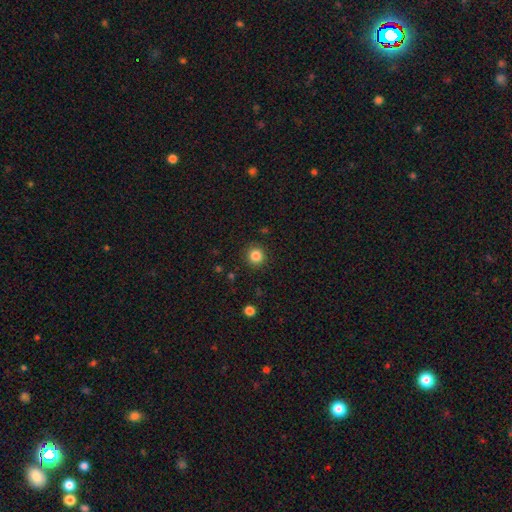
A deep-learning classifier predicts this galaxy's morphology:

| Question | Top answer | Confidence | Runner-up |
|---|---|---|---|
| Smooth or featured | smooth | 85% | star or artifact (11%) |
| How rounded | round | 94% | in between (5%) |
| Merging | none | 91% | minor disturbance (6%) |